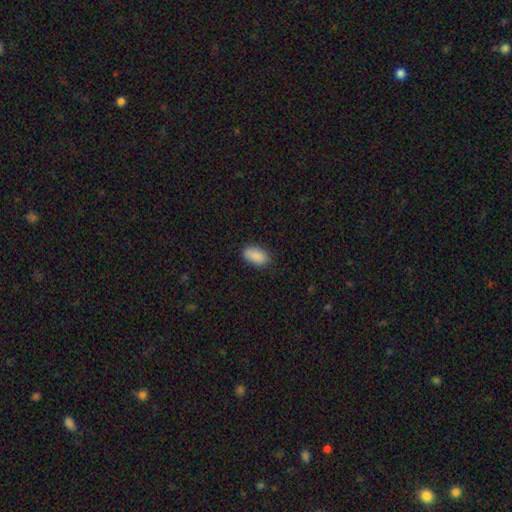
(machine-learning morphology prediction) A smooth galaxy with no disk features (90%) that is in between round and cigar-shaped (93%). Merging: none (85%).